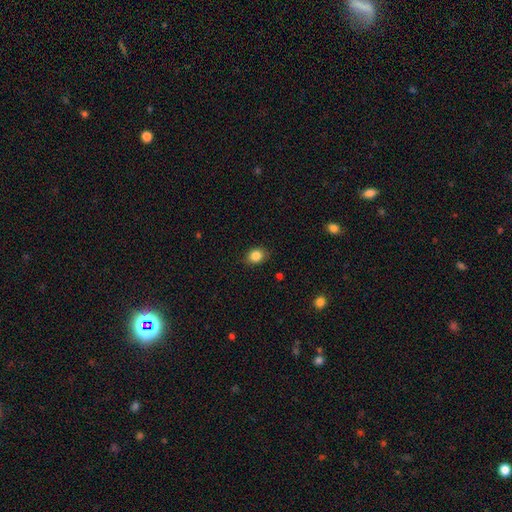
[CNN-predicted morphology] smooth_or_featured: smooth (p=0.85) [alt: star or artifact p=0.10]
how_rounded: round (p=0.53) [alt: in between p=0.46]
merging: none (p=0.84) [alt: minor disturbance p=0.13]